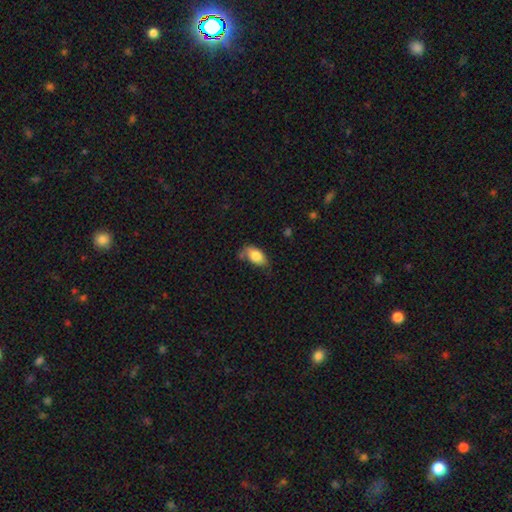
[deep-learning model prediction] Morphology: type=smooth (80%); roundness=in between (90%); merging=none (53%).